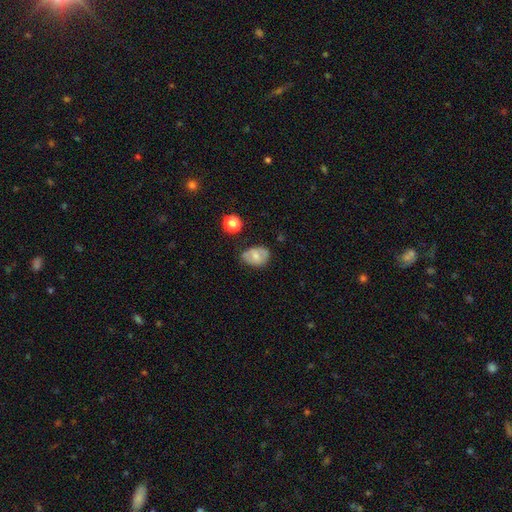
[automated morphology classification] Smooth or featured?
  - smooth: 59% *
  - featured or disk: 32%
  - star or artifact: 9%
How rounded?
  - in between: 73% *
  - round: 26%
  - cigar-shaped: 1%
Merging?
  - none: 64% *
  - minor disturbance: 27%
  - major disturbance: 7%
  - merger: 2%